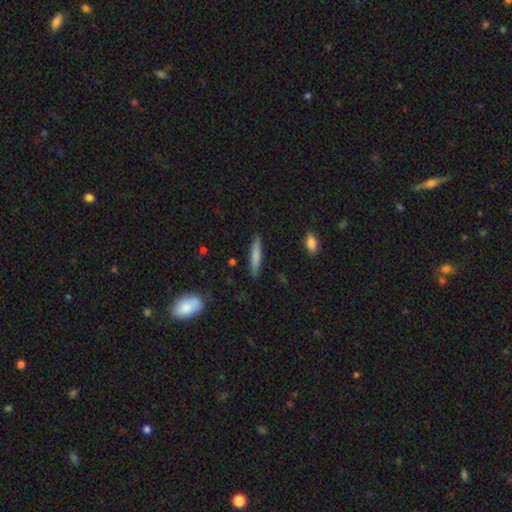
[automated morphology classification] smooth-or-featured: smooth: 74% | featured or disk: 20% | star or artifact: 6%
  how-rounded: cigar-shaped: 89% | in between: 9% | round: 2%
  merging: none: 87% | minor disturbance: 10% | major disturbance: 2% | merger: 2%